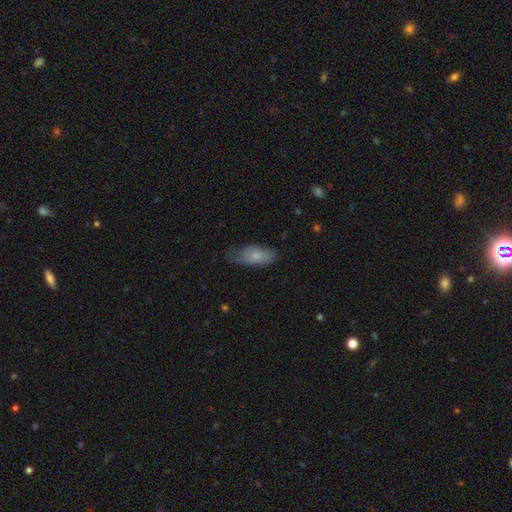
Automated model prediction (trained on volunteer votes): The model was most divided on "merging": none: 51%, minor disturbance: 36%, major disturbance: 12%, merger: 2%. More confident: how rounded — in between (84%); smooth or featured — smooth (76%).